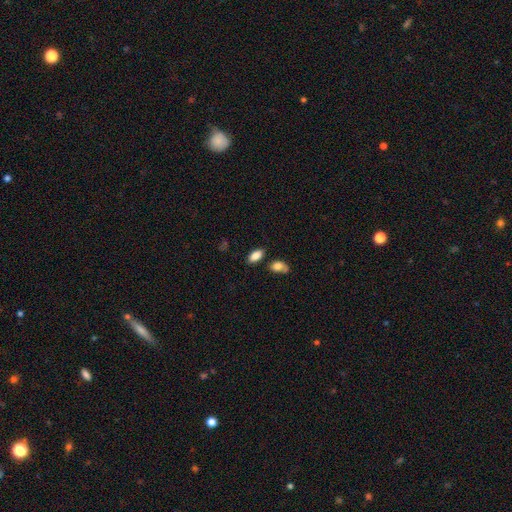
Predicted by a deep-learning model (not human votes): Smooth or featured? smooth (85%)
How rounded? in between (90%)
Merging? none (78%)